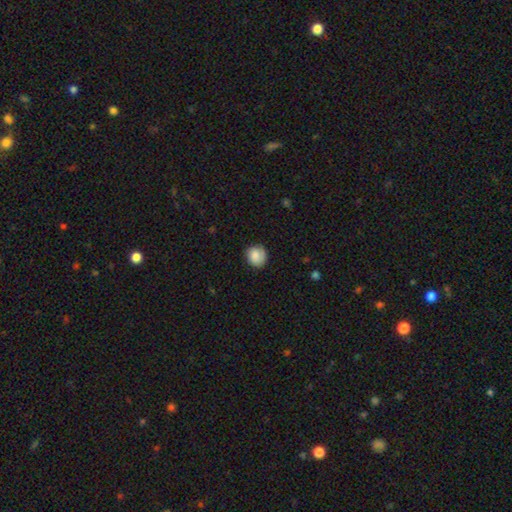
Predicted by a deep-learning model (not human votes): smooth_or_featured: smooth (p=0.85) [alt: star or artifact p=0.08]
how_rounded: round (p=0.85) [alt: in between p=0.14]
merging: none (p=0.80) [alt: minor disturbance p=0.16]